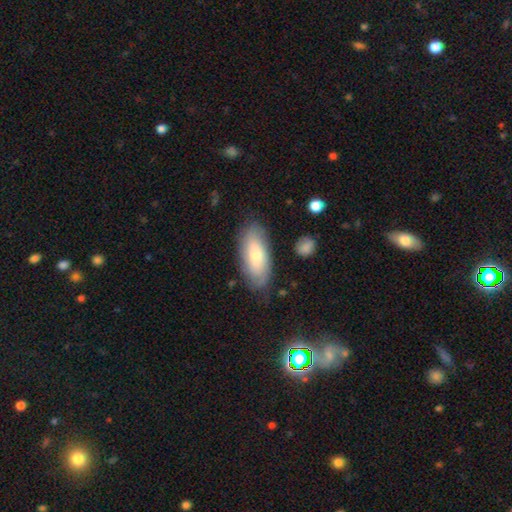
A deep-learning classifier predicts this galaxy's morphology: type=smooth (70%); roundness=in between (83%); merging=none (78%).